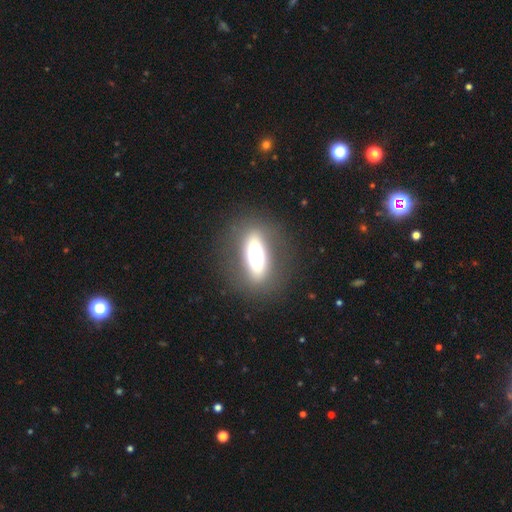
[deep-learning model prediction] Smooth or featured?
  - smooth: 48% *
  - featured or disk: 39%
  - star or artifact: 14%
Merging?
  - none: 82% *
  - minor disturbance: 10%
  - major disturbance: 7%
  - merger: 1%